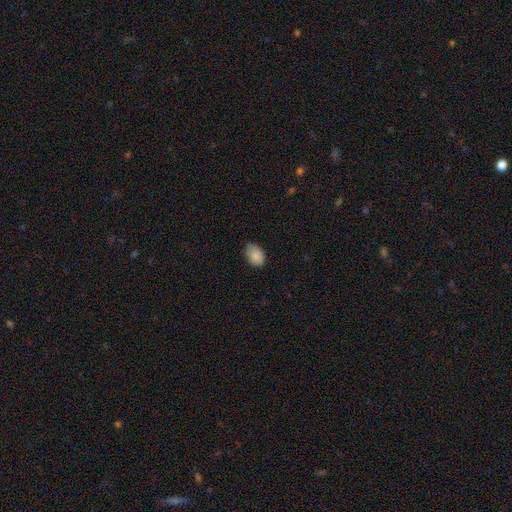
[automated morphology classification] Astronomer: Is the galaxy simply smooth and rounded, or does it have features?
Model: smooth — 87%.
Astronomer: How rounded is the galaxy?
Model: in between — 82%.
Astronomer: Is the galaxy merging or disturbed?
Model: none — 67%.